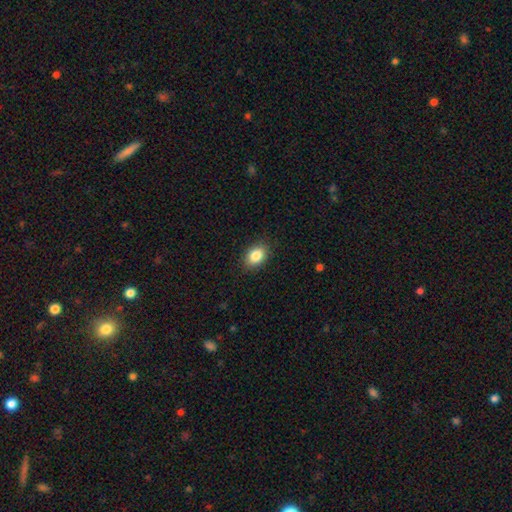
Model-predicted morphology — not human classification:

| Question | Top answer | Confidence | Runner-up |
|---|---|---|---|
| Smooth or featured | smooth | 85% | star or artifact (9%) |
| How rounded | in between | 79% | round (20%) |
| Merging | none | 87% | minor disturbance (9%) |